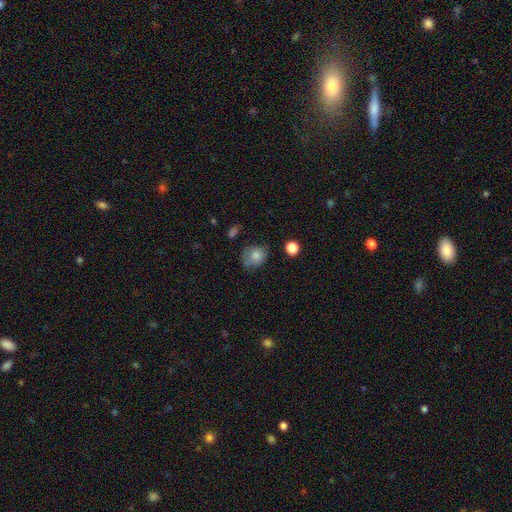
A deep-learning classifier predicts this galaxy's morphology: A smooth galaxy with no disk features (78%) that is round (67%). Merging: none (57%).